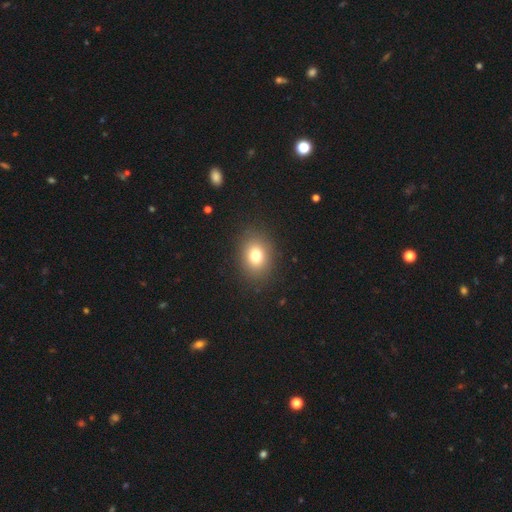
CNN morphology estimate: Smooth or featured? Predicted: smooth (p=0.77). How rounded? Predicted: in between (p=0.58). Merging? Predicted: none (p=0.88).